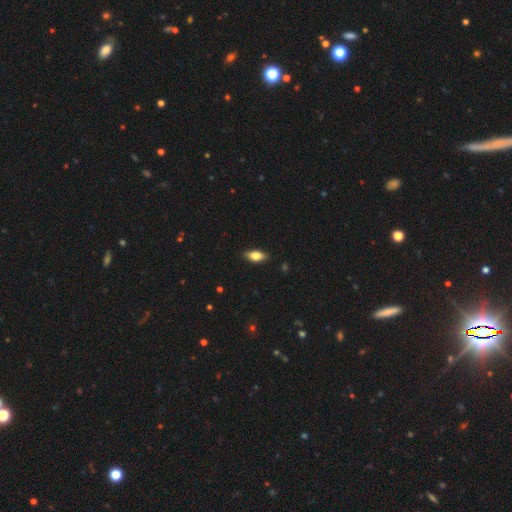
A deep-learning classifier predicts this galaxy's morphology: Q: Smooth or featured?
A: smooth (79%); runner-up: featured or disk (14%)
Q: How rounded?
A: in between (87%); runner-up: cigar-shaped (9%)
Q: Merging?
A: none (87%); runner-up: minor disturbance (10%)